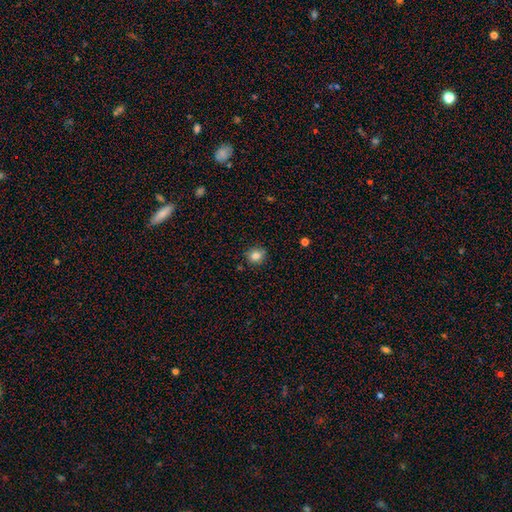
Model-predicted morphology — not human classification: smooth_or_featured: smooth (p=0.82) [alt: star or artifact p=0.11]
how_rounded: round (p=0.78) [alt: in between p=0.21]
merging: none (p=0.83) [alt: minor disturbance p=0.13]